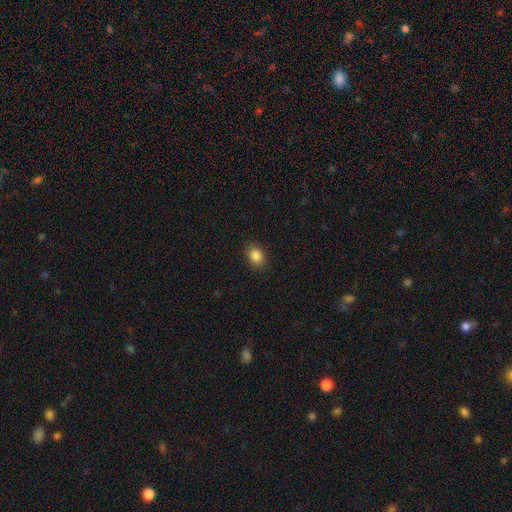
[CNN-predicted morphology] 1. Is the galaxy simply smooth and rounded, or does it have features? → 86% smooth, 10% star or artifact, 4% featured or disk.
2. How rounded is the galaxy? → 58% in between, 41% round, 1% cigar-shaped.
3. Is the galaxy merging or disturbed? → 88% none, 9% minor disturbance, 2% major disturbance, 1% merger.